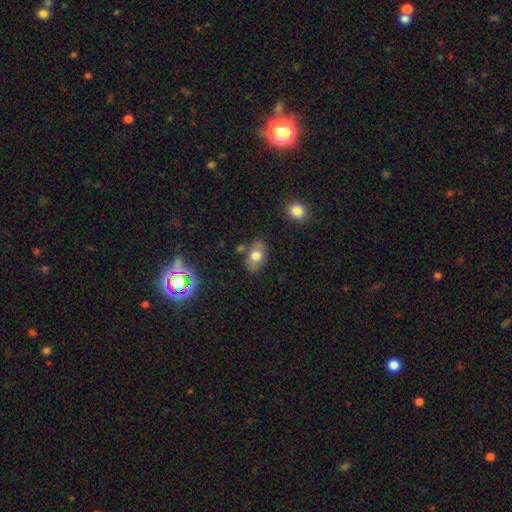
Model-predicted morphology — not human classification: smooth 71%, featured or disk 19%, star or artifact 10%. Down the decision tree: how rounded — in between (85%); merging — none (74%).